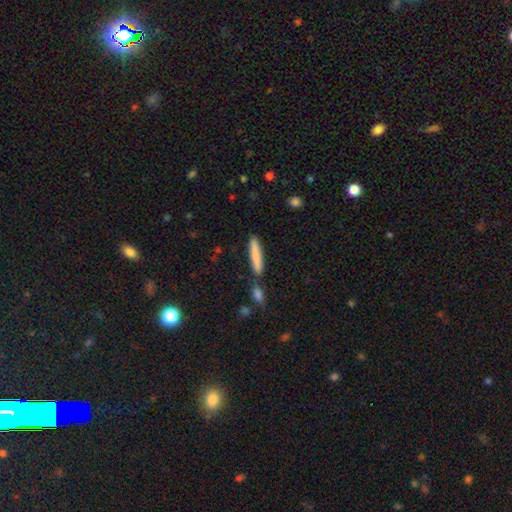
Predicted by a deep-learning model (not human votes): Smooth or featured: smooth — 82% (featured or disk — 12%)
How rounded: cigar-shaped — 90% (in between — 9%)
Merging: none — 80% (minor disturbance — 10%)